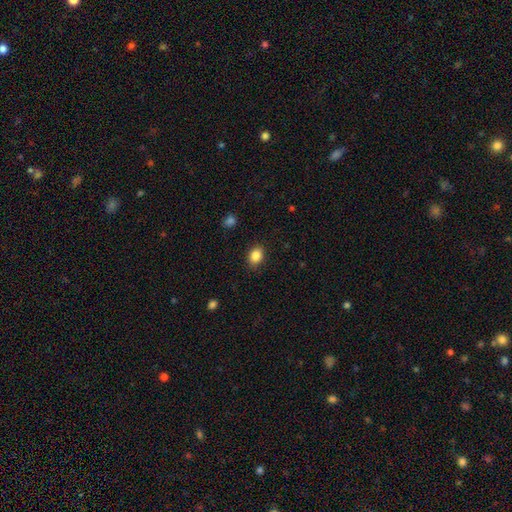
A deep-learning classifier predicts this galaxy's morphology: The model was most divided on "how rounded": in between: 66%, round: 32%, cigar-shaped: 1%. More confident: merging — none (87%); smooth or featured — smooth (86%).